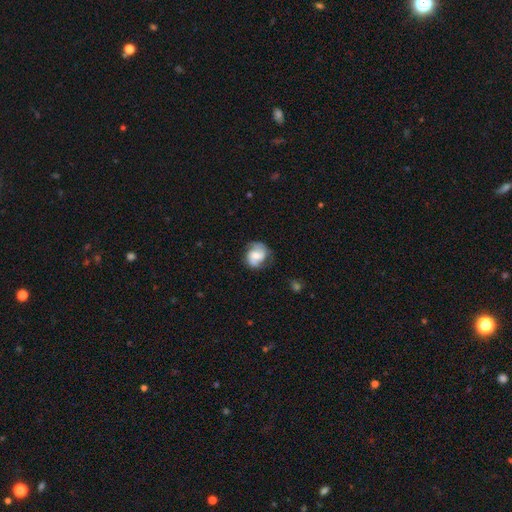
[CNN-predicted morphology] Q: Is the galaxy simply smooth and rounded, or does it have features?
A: featured or disk — 57%.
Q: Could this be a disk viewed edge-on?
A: no — 97%.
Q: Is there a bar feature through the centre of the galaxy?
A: no — 50%.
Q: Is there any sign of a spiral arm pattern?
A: yes — 84%.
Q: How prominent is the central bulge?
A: moderate — 56%.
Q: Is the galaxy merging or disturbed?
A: none — 64%.